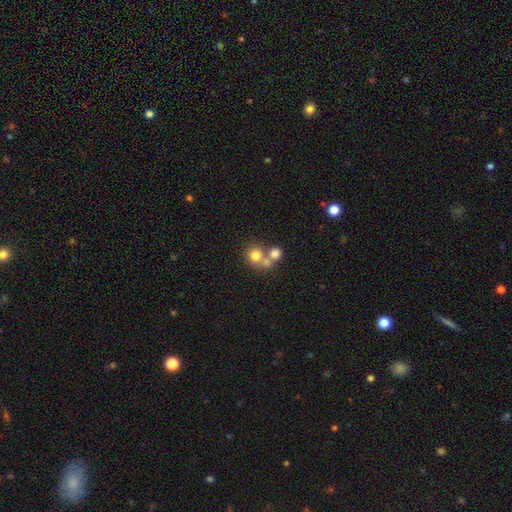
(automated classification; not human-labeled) Smooth or featured? smooth (72%)
How rounded? round (84%)
Merging? merger (45%)